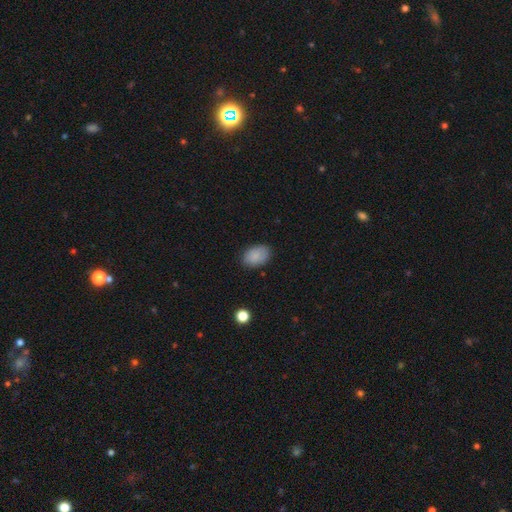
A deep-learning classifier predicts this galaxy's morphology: A smooth galaxy with no disk features (85%) that is in between round and cigar-shaped (86%).

Vote fractions:
- Smooth or featured? smooth: 85% / star or artifact: 8% / featured or disk: 7%
- How rounded? in between: 86% / round: 13% / cigar-shaped: 1%
- Merging? none: 82% / minor disturbance: 13% / major disturbance: 3% / merger: 1%